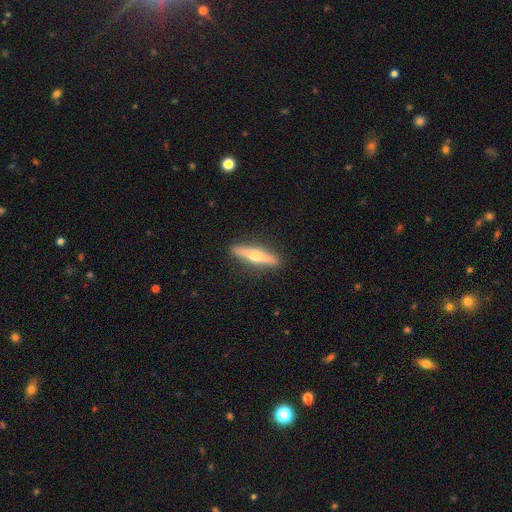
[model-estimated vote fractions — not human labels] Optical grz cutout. It shows a featured or disk galaxy (55%) viewed edge-on (94%) with a rounded central bulge (90%). Merging: none (90%).